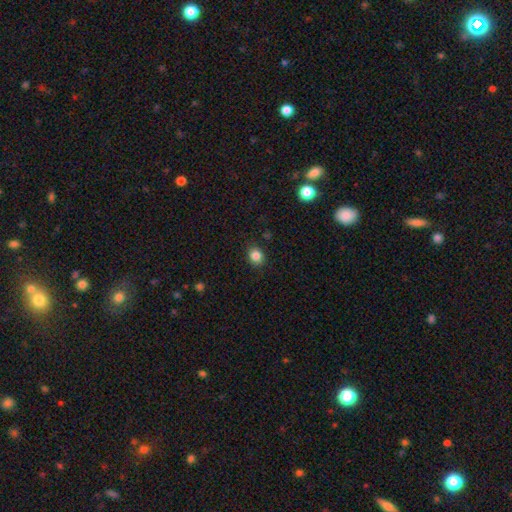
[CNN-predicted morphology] Q: Smooth or featured?
A: smooth (84%); runner-up: star or artifact (11%)
Q: How rounded?
A: round (65%); runner-up: in between (34%)
Q: Merging?
A: none (87%); runner-up: minor disturbance (9%)